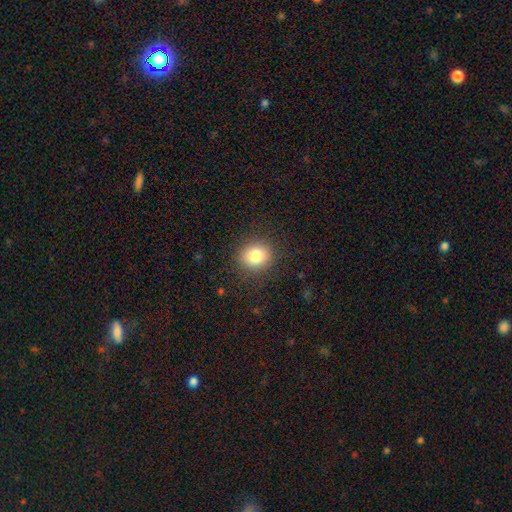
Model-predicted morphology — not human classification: This appears to be a smooth galaxy with no disk features (82%) that is round (78%). Merging: none (88%).